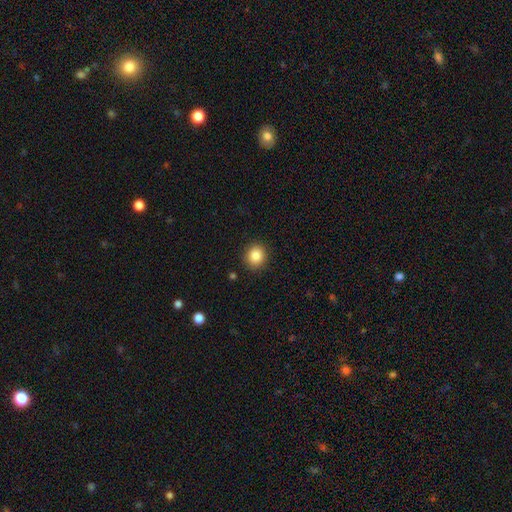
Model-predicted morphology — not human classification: A smooth galaxy with no disk features (86%) that is round (84%). Merging: none (91%).